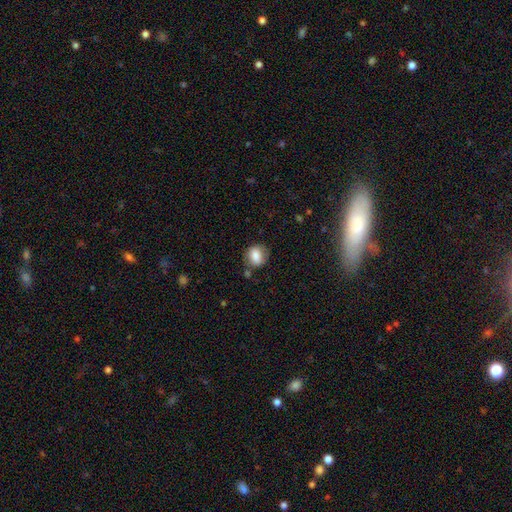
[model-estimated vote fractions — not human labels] smooth_or_featured: smooth (p=0.81) [alt: featured or disk p=0.11]
how_rounded: round (p=0.58) [alt: in between p=0.40]
merging: none (p=0.71) [alt: minor disturbance p=0.19]